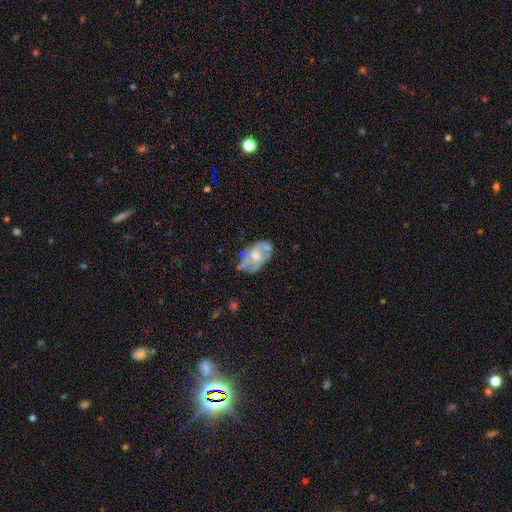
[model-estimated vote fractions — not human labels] Smooth or featured: featured or disk — 67% (smooth — 26%)
Edge-on disk: no — 97% (yes — 3%)
Bar: no — 80% (weak — 17%)
Spiral arms: no — 56% (yes — 44%)
Bulge size: moderate — 64% (small — 24%)
Merging: none — 53% (minor disturbance — 24%)